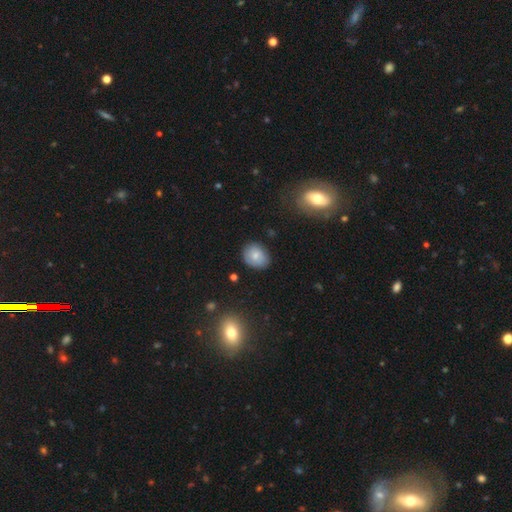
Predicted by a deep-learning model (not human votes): A smooth galaxy with no disk features (69%) that is round (51%).

Vote fractions:
- Smooth or featured? smooth: 69% / featured or disk: 22% / star or artifact: 10%
- How rounded? round: 51% / in between: 48% / cigar-shaped: 1%
- Merging? none: 78% / minor disturbance: 17% / major disturbance: 3% / merger: 2%